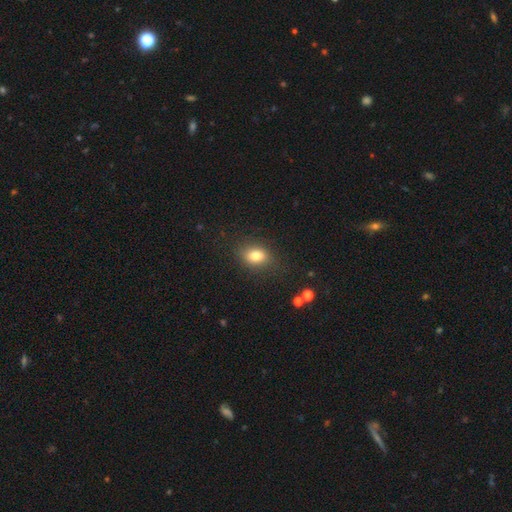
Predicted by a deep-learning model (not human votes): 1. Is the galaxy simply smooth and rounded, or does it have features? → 81% smooth, 11% star or artifact, 9% featured or disk.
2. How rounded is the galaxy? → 70% in between, 28% round, 2% cigar-shaped.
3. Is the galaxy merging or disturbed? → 81% none, 13% minor disturbance, 4% major disturbance, 1% merger.